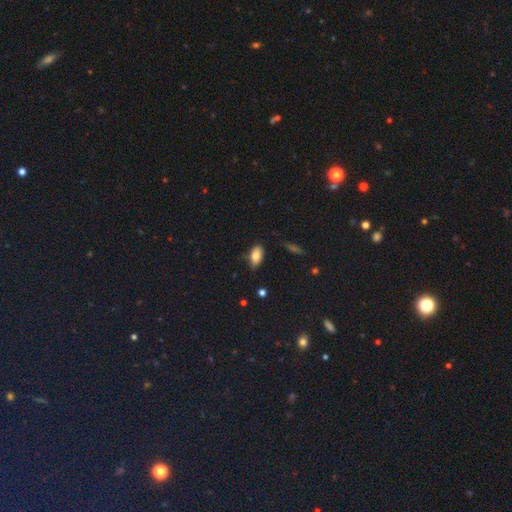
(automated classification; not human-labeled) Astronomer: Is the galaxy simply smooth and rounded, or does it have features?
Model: smooth — 82%.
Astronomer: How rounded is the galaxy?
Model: in between — 90%.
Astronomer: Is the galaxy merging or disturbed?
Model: none — 68%.